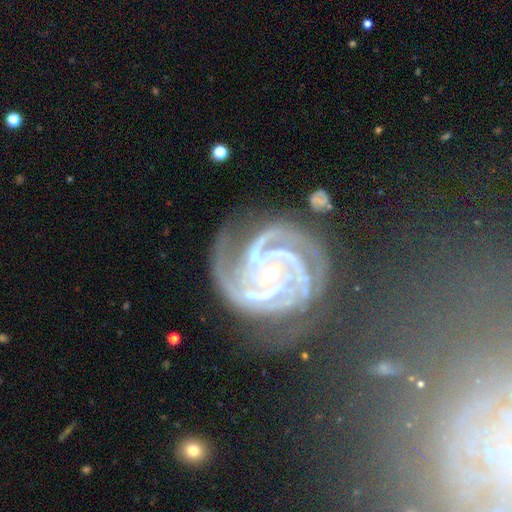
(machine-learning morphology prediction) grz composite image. It shows a featured or disk galaxy (92%) with no bar (46%), 3 (36%) tight (63%) spiral arms (98%) and a small central bulge (52%). Merging: none (60%).